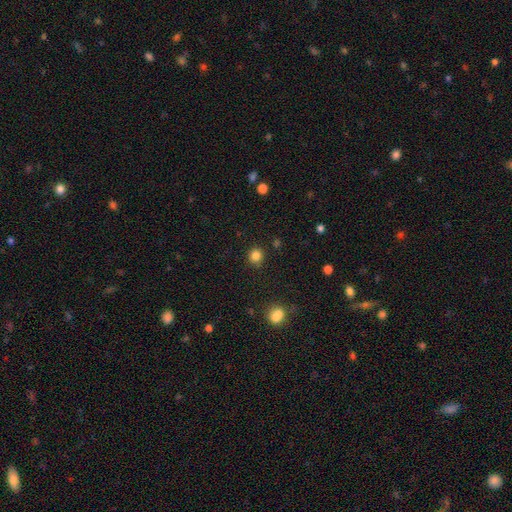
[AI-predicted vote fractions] Q: Smooth or featured?
A: smooth (83%); runner-up: star or artifact (13%)
Q: How rounded?
A: round (90%); runner-up: in between (9%)
Q: Merging?
A: none (88%); runner-up: minor disturbance (7%)